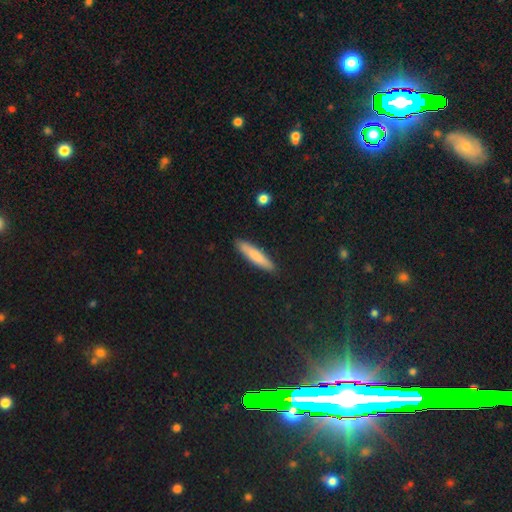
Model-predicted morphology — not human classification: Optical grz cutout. It shows a smooth galaxy with no disk features (78%) that is cigar-shaped (88%). Merging: none (89%).